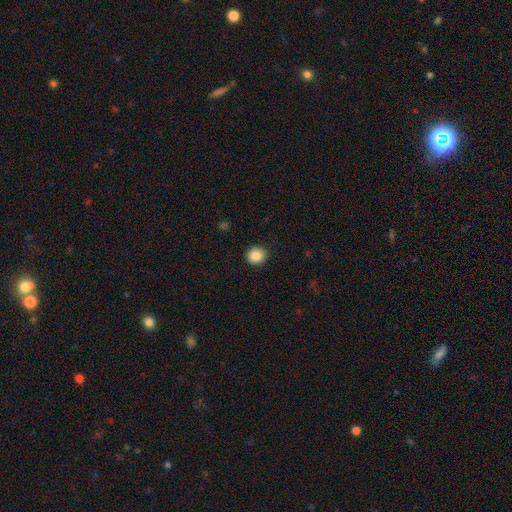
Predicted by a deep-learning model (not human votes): smooth_or_featured: smooth (p=0.88) [alt: star or artifact p=0.09]
how_rounded: round (p=0.79) [alt: in between p=0.20]
merging: none (p=0.89) [alt: minor disturbance p=0.08]